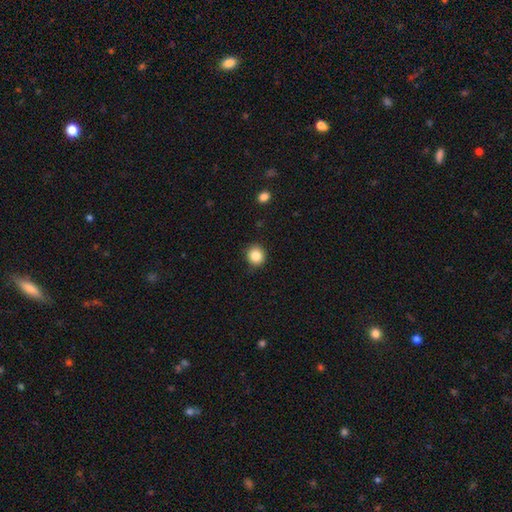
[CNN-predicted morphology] This appears to be a smooth galaxy with no disk features (85%) that is round (88%). Merging: none (88%).